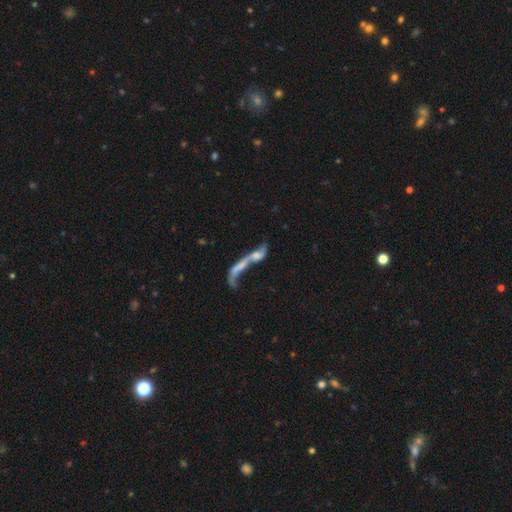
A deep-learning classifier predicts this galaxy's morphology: Q: Smooth or featured?
A: featured or disk (58%); runner-up: smooth (32%)
Q: Edge-on disk?
A: no (80%); runner-up: yes (20%)
Q: Merging?
A: merger (59%); runner-up: major disturbance (21%)